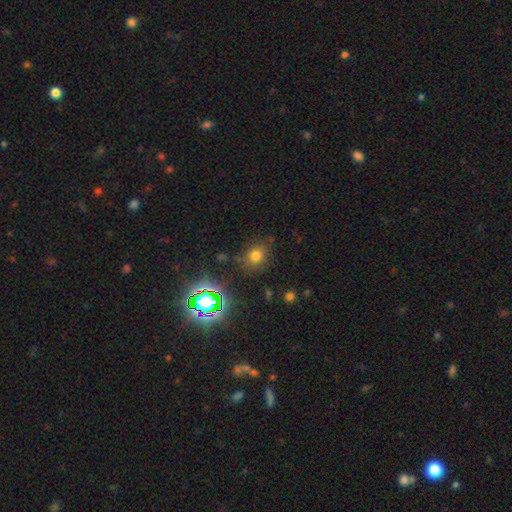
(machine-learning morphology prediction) Overall: smooth (67%). How rounded: round (69%; in between 30%). Merging: none (75%).